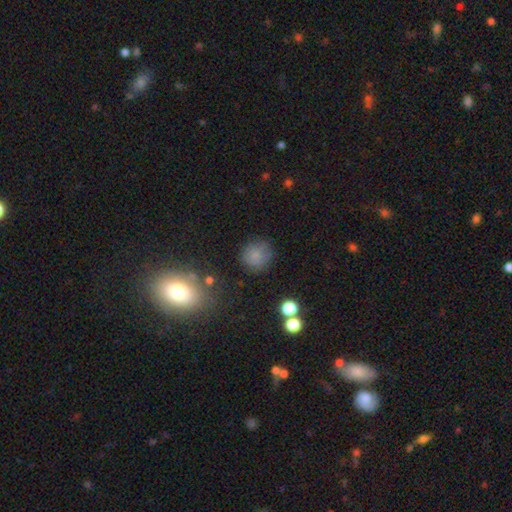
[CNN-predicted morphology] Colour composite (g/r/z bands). It shows a smooth galaxy with no disk features (78%) that is round (89%). Merging: none (78%).